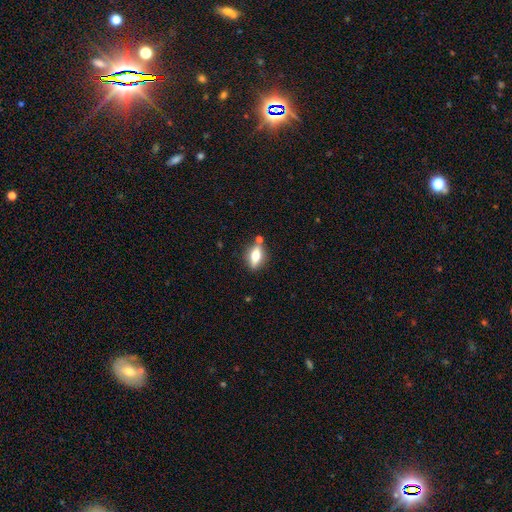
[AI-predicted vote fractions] Q: Smooth or featured?
A: smooth (61%); runner-up: featured or disk (31%)
Q: How rounded?
A: in between (75%); runner-up: cigar-shaped (18%)
Q: Merging?
A: none (75%); runner-up: minor disturbance (13%)